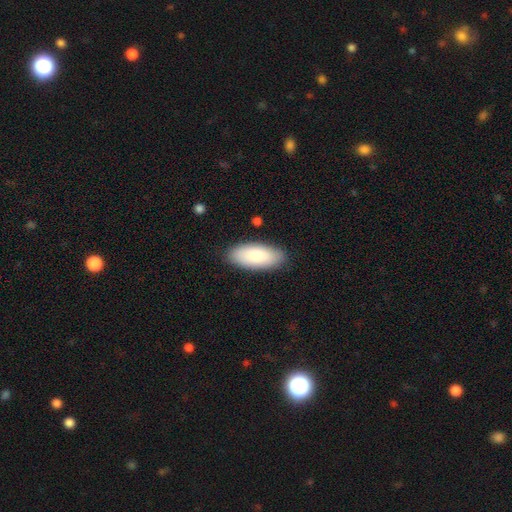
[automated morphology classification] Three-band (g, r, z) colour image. It shows a smooth galaxy with no disk features (84%) that is in between round and cigar-shaped (85%). Merging: none (87%).